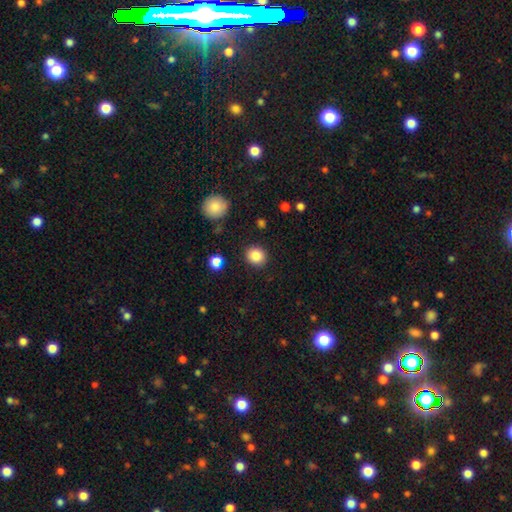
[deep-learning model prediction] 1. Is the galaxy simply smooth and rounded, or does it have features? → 85% smooth, 10% star or artifact, 5% featured or disk.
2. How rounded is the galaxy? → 84% round, 15% in between, 1% cigar-shaped.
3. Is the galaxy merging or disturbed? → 89% none, 7% minor disturbance, 3% major disturbance, 2% merger.